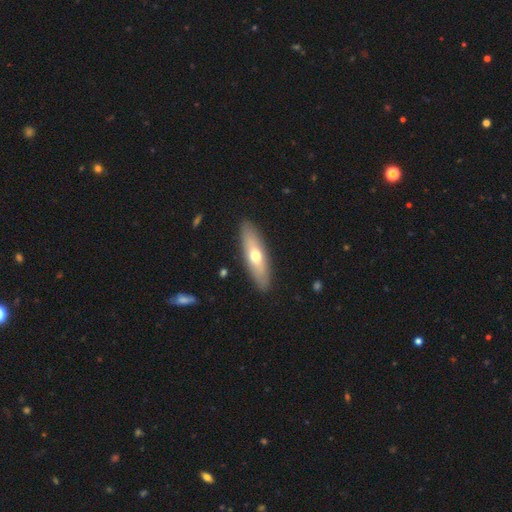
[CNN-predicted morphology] smooth 56%, featured or disk 39%, star or artifact 5%. Down the decision tree: how rounded — cigar-shaped (58%); merging — none (89%).